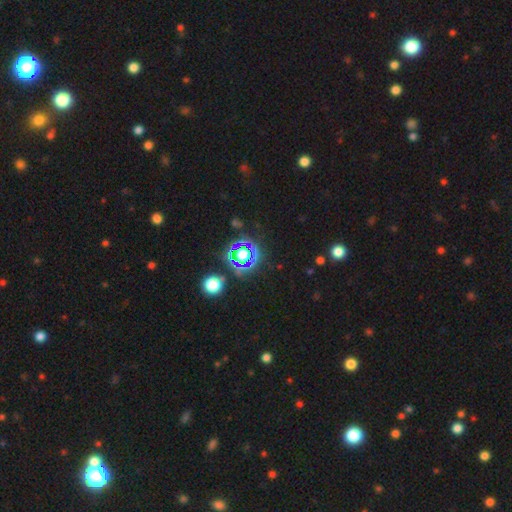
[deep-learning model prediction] Smooth or featured: star or artifact — 74% (smooth — 18%)